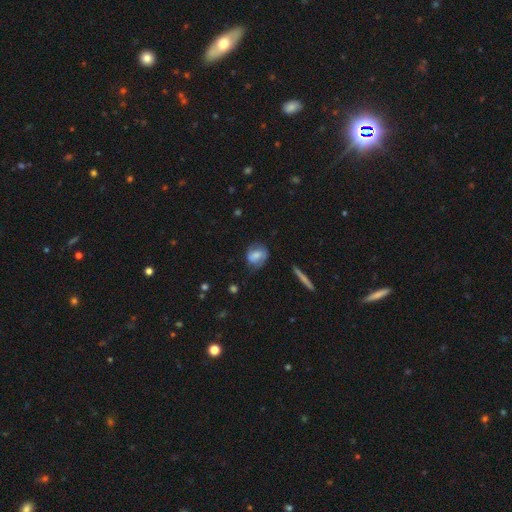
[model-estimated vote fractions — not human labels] This is likely a smooth galaxy (61%). How rounded: possibly round (52%). Merging: likely none (64%).